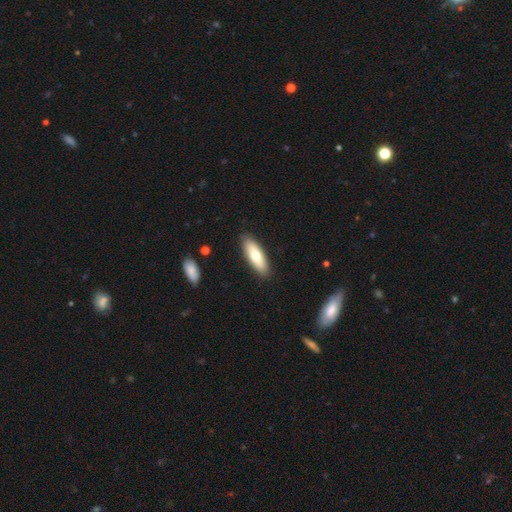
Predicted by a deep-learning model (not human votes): Smooth or featured? Predicted: smooth (p=0.70). How rounded? Predicted: in between (p=0.65). Merging? Predicted: none (p=0.88).